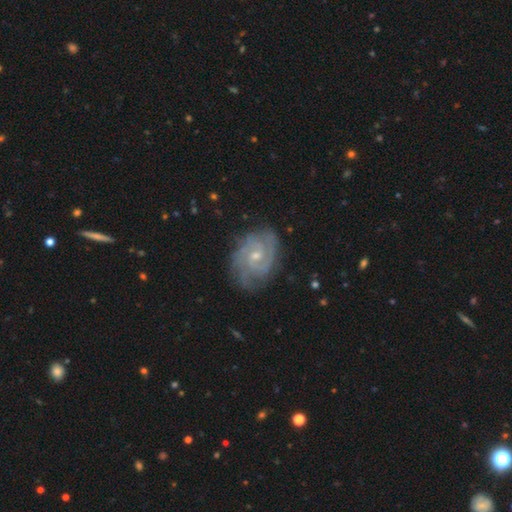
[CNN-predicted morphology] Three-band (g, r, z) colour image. It shows a featured or disk galaxy (87%) with no bar (59%), 2 (41%) tight (62%) spiral arms (97%) and a small central bulge (55%). Merging: none (76%).